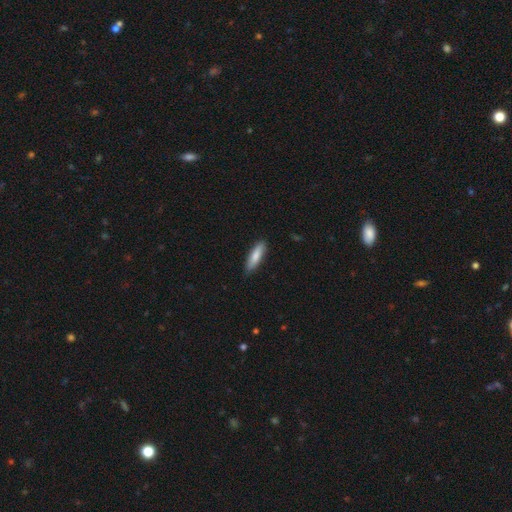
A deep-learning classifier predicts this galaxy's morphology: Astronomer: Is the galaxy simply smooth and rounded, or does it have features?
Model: smooth — 81%.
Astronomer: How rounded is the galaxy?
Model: cigar-shaped — 64%.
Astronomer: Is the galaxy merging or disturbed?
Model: none — 85%.